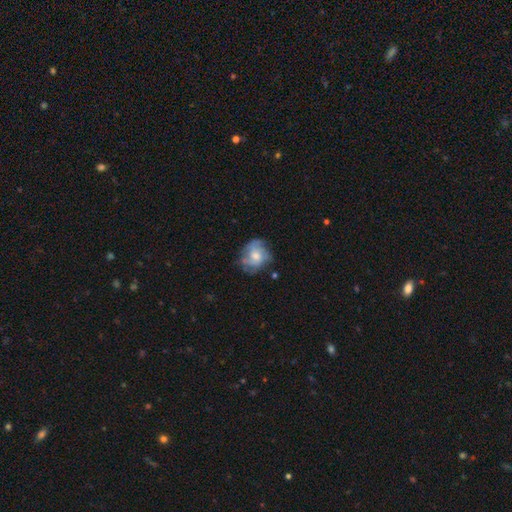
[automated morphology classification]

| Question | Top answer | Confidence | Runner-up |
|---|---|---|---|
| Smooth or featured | featured or disk | 58% | smooth (34%) |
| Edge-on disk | no | 97% | yes (3%) |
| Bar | no | 75% | weak (22%) |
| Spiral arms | yes | 75% | no (25%) |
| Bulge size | moderate | 57% | small (26%) |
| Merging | none | 62% | minor disturbance (23%) |